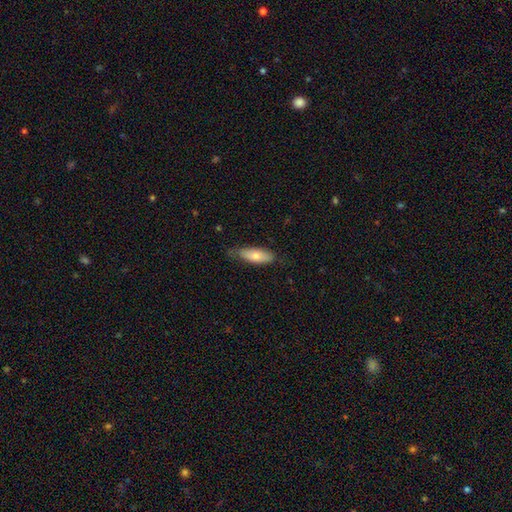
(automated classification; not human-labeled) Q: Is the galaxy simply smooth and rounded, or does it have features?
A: smooth — 73%.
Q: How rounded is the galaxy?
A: in between — 67%.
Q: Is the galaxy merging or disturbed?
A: none — 66%.